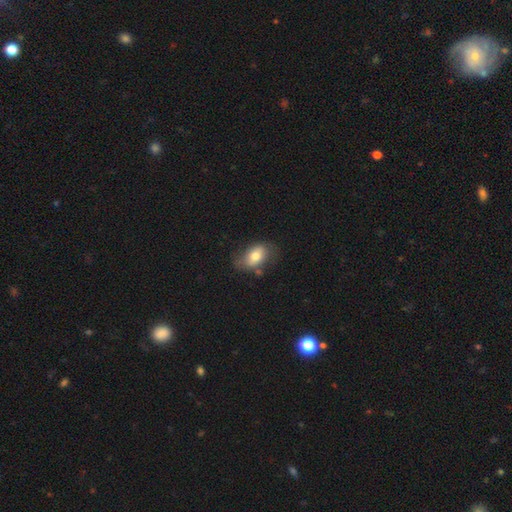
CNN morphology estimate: Q: Smooth or featured?
A: smooth (70%); runner-up: featured or disk (23%)
Q: How rounded?
A: in between (88%); runner-up: round (10%)
Q: Merging?
A: none (60%); runner-up: minor disturbance (26%)